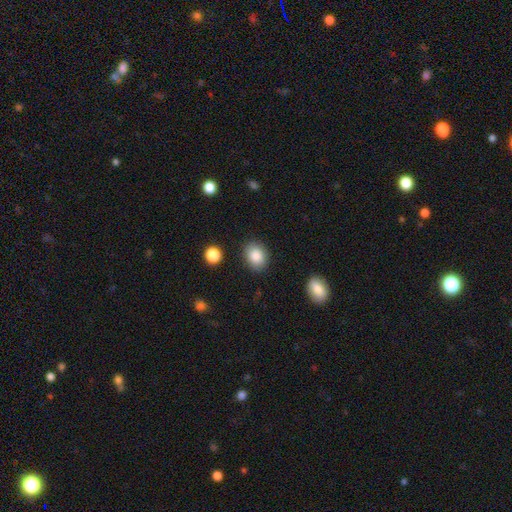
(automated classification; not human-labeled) The model was most divided on "how rounded": in between: 58%, round: 41%, cigar-shaped: 1%. More confident: smooth or featured — smooth (87%); merging — none (85%).